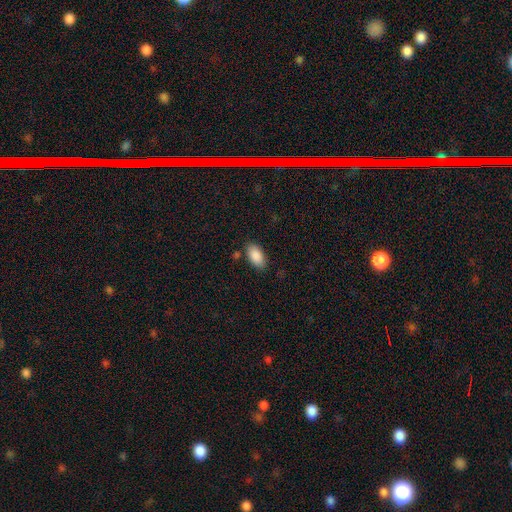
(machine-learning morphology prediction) Overall: smooth (89%). How rounded: in between (94%). Merging: none (81%).